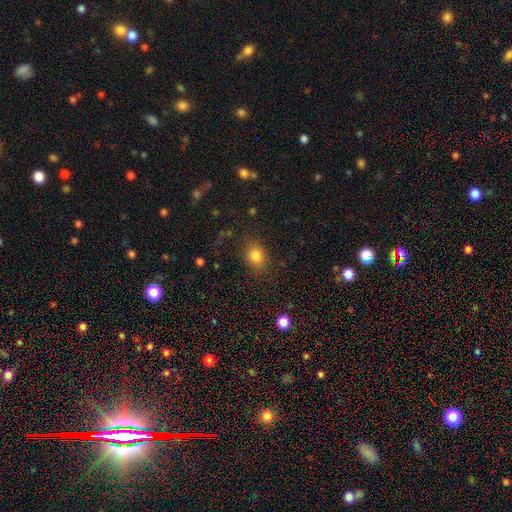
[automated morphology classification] Q: Smooth or featured?
A: smooth (81%); runner-up: star or artifact (12%)
Q: How rounded?
A: round (54%); runner-up: in between (45%)
Q: Merging?
A: none (79%); runner-up: minor disturbance (13%)